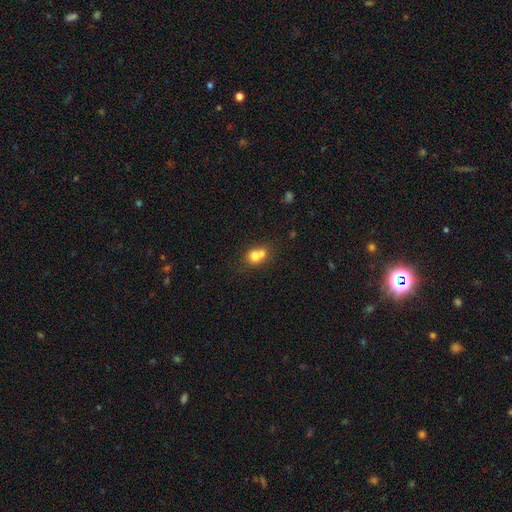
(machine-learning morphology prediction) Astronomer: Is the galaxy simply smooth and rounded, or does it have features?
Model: smooth — 72%.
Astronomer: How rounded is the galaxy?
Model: round — 72%.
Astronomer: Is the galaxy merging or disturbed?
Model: merger — 60%.